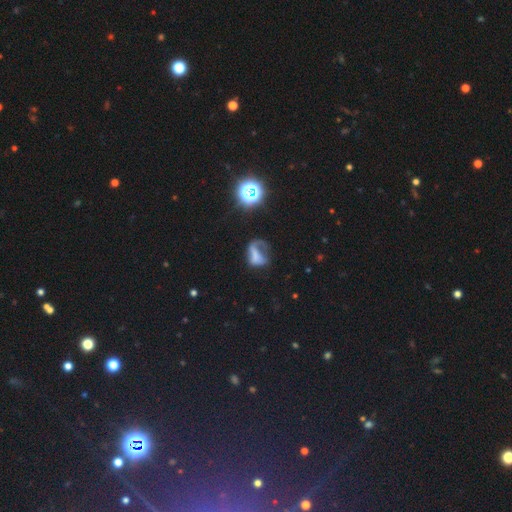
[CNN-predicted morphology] A featured or disk galaxy (41%, tied with smooth). Merging: major disturbance (51%).